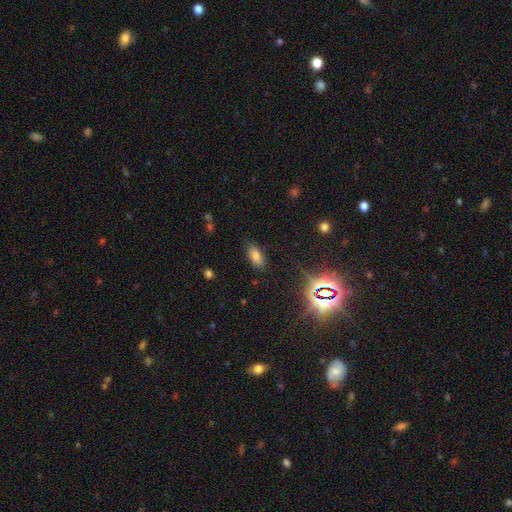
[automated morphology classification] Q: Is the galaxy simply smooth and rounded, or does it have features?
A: smooth — 76%.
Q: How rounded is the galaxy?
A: in between — 89%.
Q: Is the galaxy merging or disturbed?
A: none — 81%.